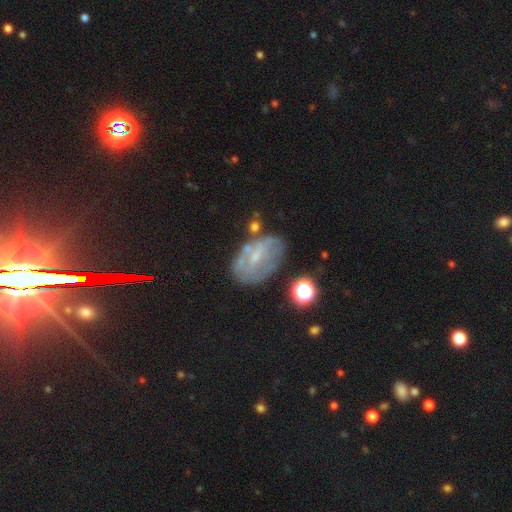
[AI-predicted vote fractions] Overall: featured or disk (59%; smooth 30%). Edge-on disk: no (94%). Bar: weak (44%; no 38%). Spiral arms: no (57%; yes 43%). Bulge size: small (61%). Merging: none (55%; minor disturbance 24%).